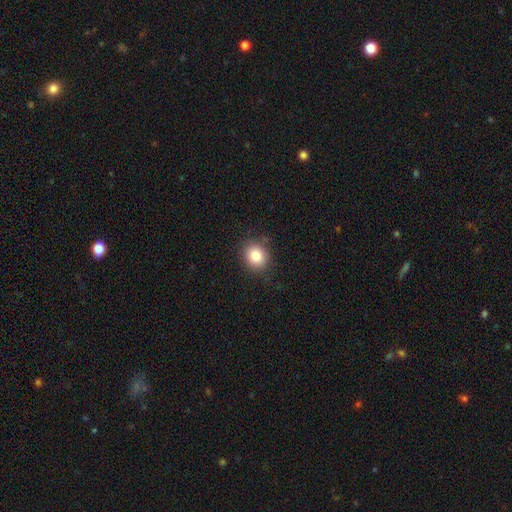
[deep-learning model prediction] This appears to be a smooth galaxy with no disk features (83%) that is round (77%). Merging: none (85%).